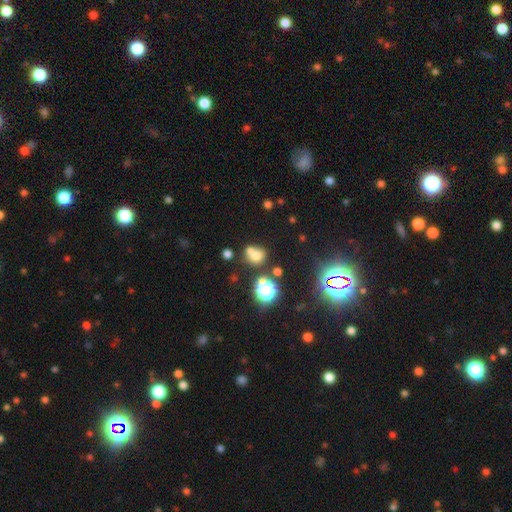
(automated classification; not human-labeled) This appears to be a smooth galaxy with no disk features (64%) that is round (76%). Merging: none (46%).